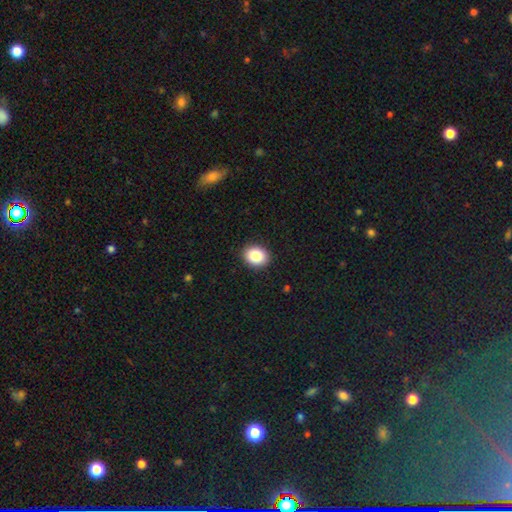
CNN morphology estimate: Smooth or featured: smooth — 87% (star or artifact — 8%)
How rounded: round — 53% (in between — 47%)
Merging: none — 91% (minor disturbance — 7%)